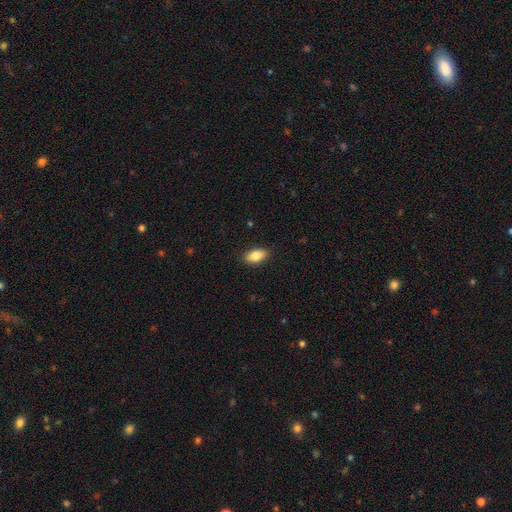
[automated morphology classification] A smooth galaxy with no disk features (84%) that is in between round and cigar-shaped (91%).

Vote fractions:
- Smooth or featured? smooth: 84% / featured or disk: 9% / star or artifact: 7%
- How rounded? in between: 91% / round: 5% / cigar-shaped: 4%
- Merging? none: 88% / minor disturbance: 9% / major disturbance: 2% / merger: 1%